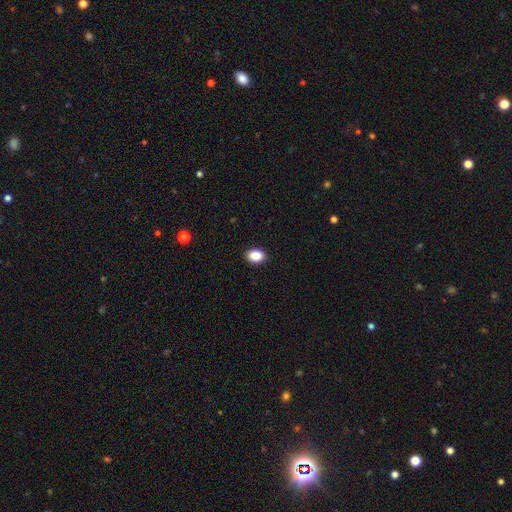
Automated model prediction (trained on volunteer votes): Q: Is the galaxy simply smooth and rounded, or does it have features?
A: smooth — 88%.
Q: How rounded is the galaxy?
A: in between — 78%.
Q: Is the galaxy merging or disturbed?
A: none — 91%.